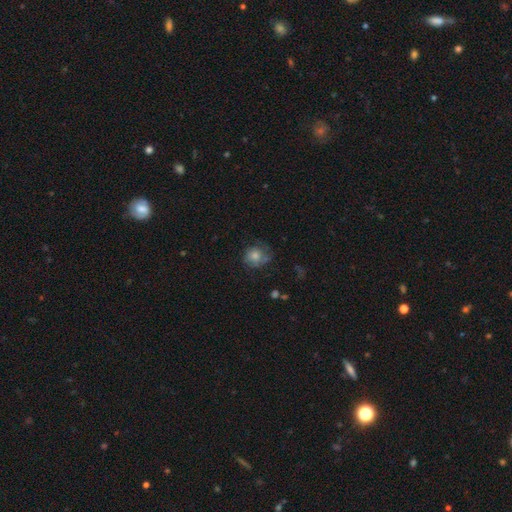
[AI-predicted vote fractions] smooth 58%, featured or disk 29%, star or artifact 13%. Down the decision tree: how rounded — round (77%); merging — none (60%).